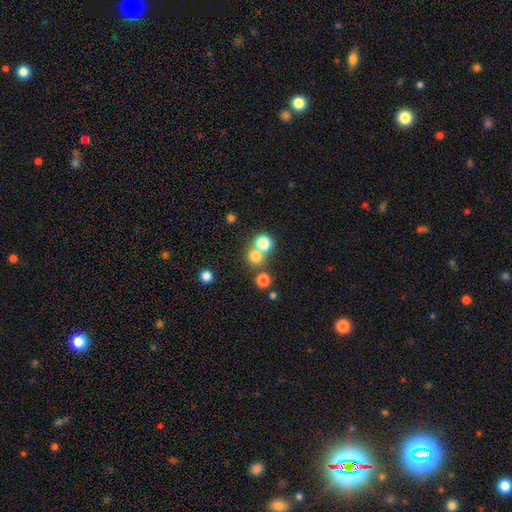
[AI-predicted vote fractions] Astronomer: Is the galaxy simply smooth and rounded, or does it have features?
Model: smooth — 74%.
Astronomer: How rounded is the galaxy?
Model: round — 90%.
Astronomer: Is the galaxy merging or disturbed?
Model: none — 56% (runner-up: merger, 36%).